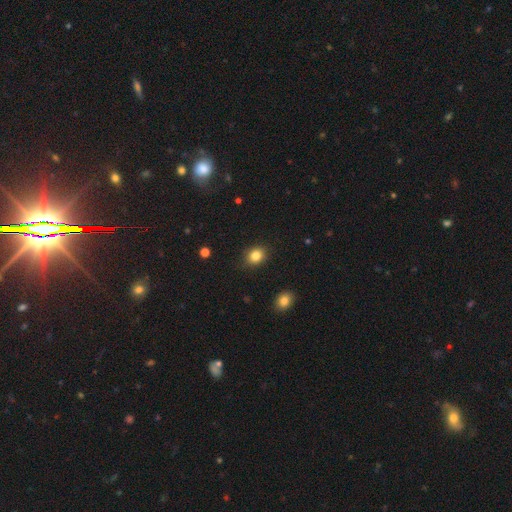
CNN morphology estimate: A smooth galaxy with no disk features (83%) that is round (58%). Merging: none (85%).